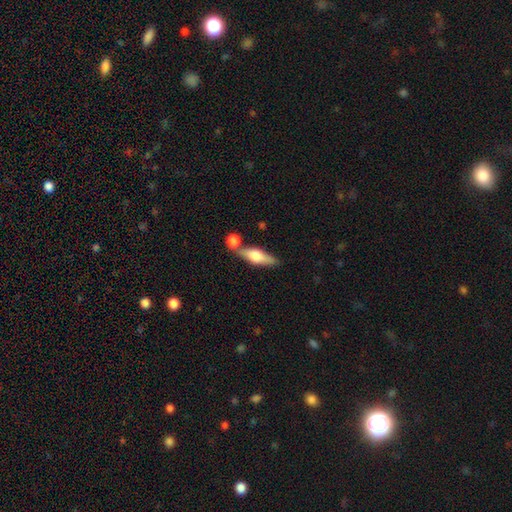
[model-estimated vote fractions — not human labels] Smooth or featured: smooth — 49% (featured or disk — 46%)
Merging: none — 63% (merger — 22%)